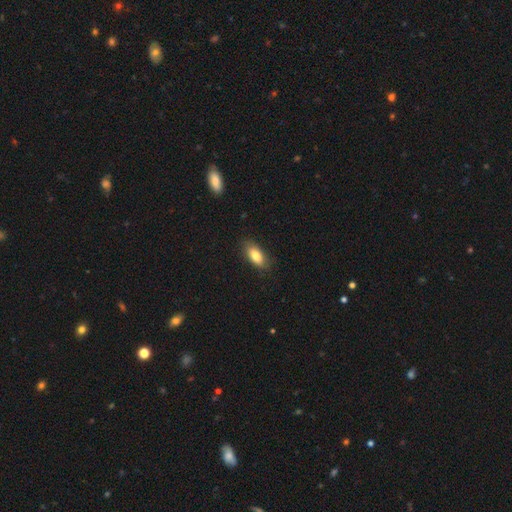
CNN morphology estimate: smooth 81%, featured or disk 12%, star or artifact 7%. Down the decision tree: how rounded — in between (86%); merging — none (85%).